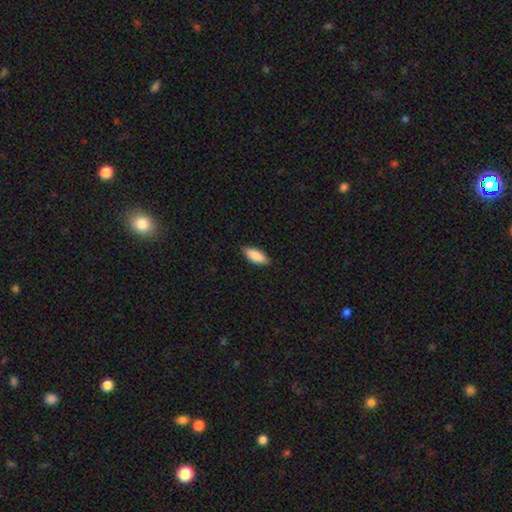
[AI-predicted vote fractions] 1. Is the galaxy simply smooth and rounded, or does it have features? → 87% smooth, 7% featured or disk, 6% star or artifact.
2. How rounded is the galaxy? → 81% in between, 17% cigar-shaped, 2% round.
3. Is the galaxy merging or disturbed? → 86% none, 11% minor disturbance, 2% major disturbance, 1% merger.